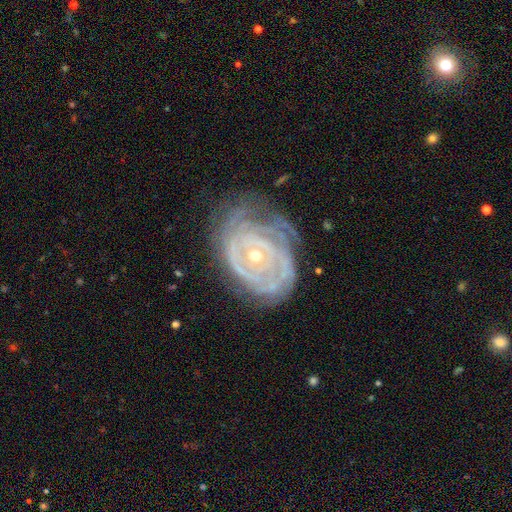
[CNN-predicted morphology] Q: Smooth or featured?
A: featured or disk (88%); runner-up: smooth (6%)
Q: Edge-on disk?
A: no (96%); runner-up: yes (4%)
Q: Bar?
A: no (74%); runner-up: weak (19%)
Q: Spiral arms?
A: yes (94%); runner-up: no (6%)
Q: Spiral winding?
A: tight (83%); runner-up: medium (14%)
Q: Spiral arm count?
A: can't tell (36%); runner-up: 3 (17%)
Q: Bulge size?
A: small (56%); runner-up: moderate (41%)
Q: Merging?
A: none (62%); runner-up: minor disturbance (24%)